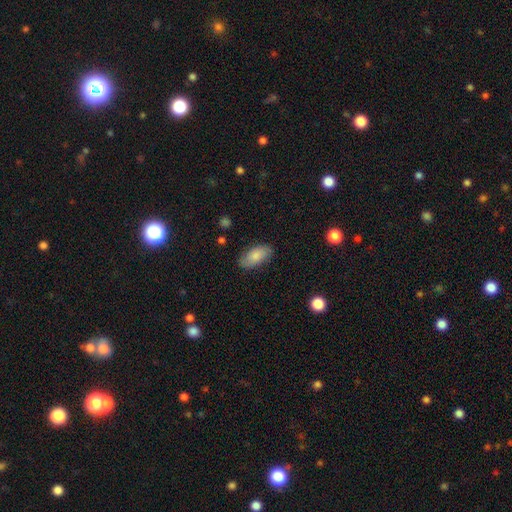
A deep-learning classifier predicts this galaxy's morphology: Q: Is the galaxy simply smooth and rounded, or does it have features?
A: smooth — 81%.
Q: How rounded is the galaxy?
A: in between — 93%.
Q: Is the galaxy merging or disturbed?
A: none — 83%.